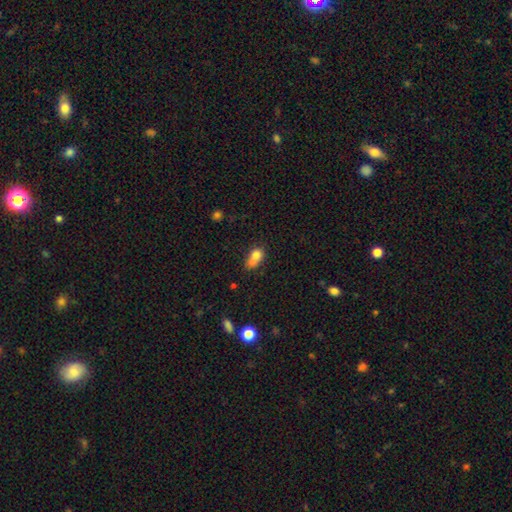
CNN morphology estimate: Smooth or featured? smooth (73%)
How rounded? in between (57%)
Merging? merger (49%)